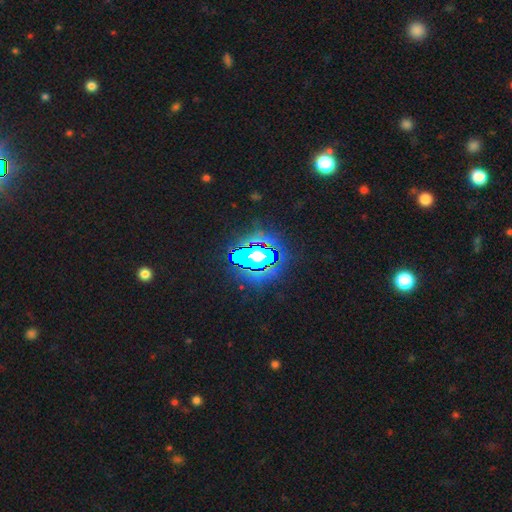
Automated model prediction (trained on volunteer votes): This appears to be a star or artifact, not a galaxy (66%).